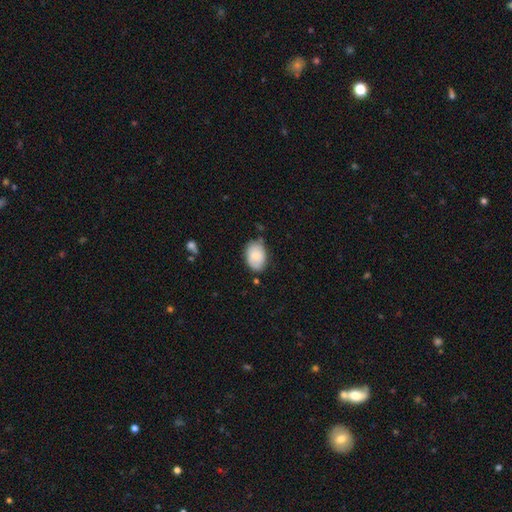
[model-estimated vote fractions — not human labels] Smooth or featured? smooth (78%)
How rounded? in between (85%)
Merging? none (71%)